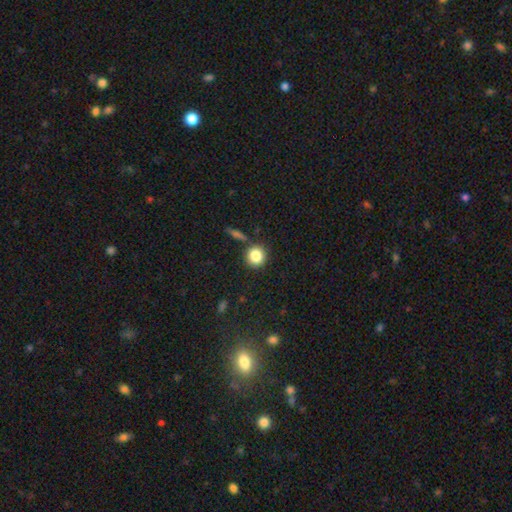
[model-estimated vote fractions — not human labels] Q: Smooth or featured?
A: smooth (84%); runner-up: star or artifact (10%)
Q: How rounded?
A: round (91%); runner-up: in between (8%)
Q: Merging?
A: none (82%); runner-up: minor disturbance (9%)